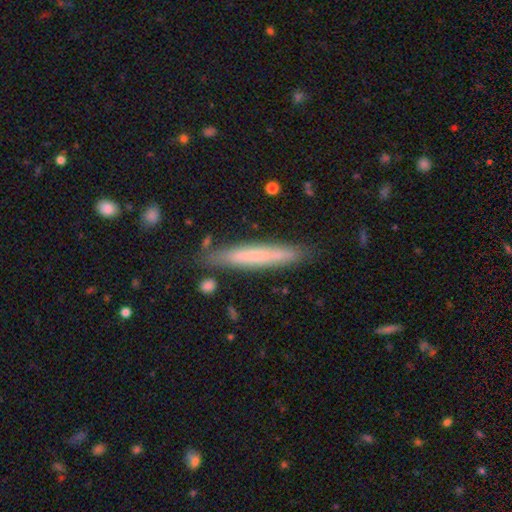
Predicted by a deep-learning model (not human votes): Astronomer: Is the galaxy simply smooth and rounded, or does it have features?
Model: smooth — 61%.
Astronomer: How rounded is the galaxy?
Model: cigar-shaped — 95%.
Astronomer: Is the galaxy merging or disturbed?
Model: none — 83%.